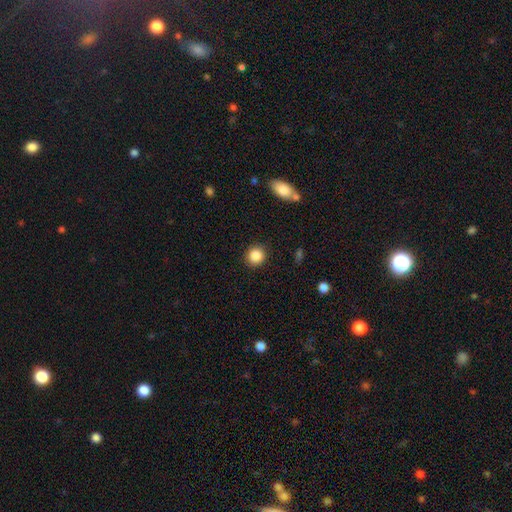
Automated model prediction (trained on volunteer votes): Q: Smooth or featured?
A: smooth (87%); runner-up: star or artifact (9%)
Q: How rounded?
A: round (91%); runner-up: in between (8%)
Q: Merging?
A: none (90%); runner-up: minor disturbance (6%)